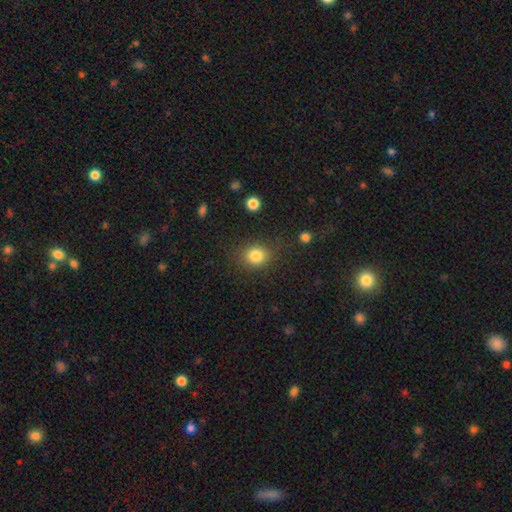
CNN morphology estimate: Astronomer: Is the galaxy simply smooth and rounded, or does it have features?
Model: smooth — 83%.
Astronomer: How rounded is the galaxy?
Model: round — 70%.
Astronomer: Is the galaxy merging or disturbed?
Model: none — 81%.